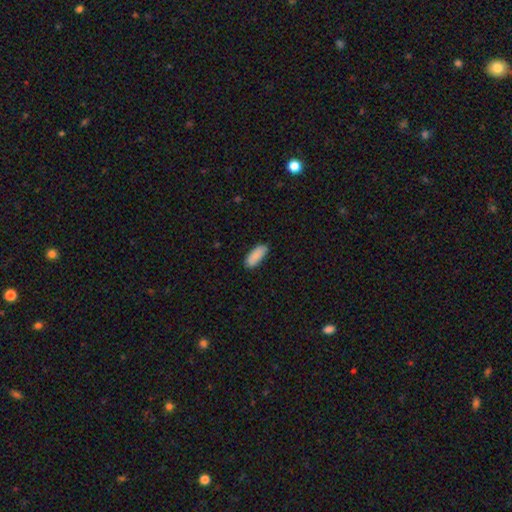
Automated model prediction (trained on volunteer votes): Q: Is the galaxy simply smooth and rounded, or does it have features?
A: smooth — 88%.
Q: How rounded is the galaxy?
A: in between — 78%.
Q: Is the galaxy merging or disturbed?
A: none — 85%.